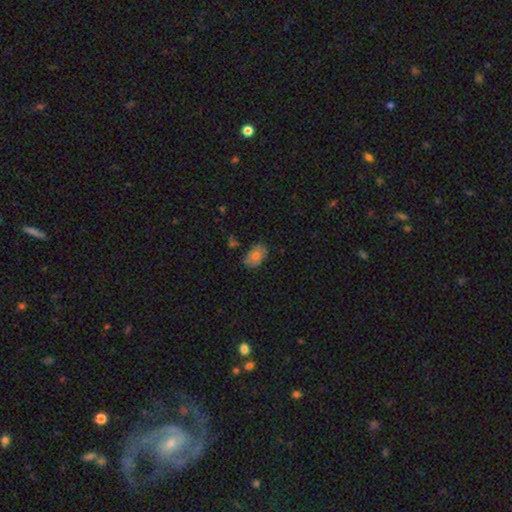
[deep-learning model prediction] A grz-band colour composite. It shows a smooth galaxy with no disk features (76%) that is in between round and cigar-shaped (86%). Merging: none (77%).